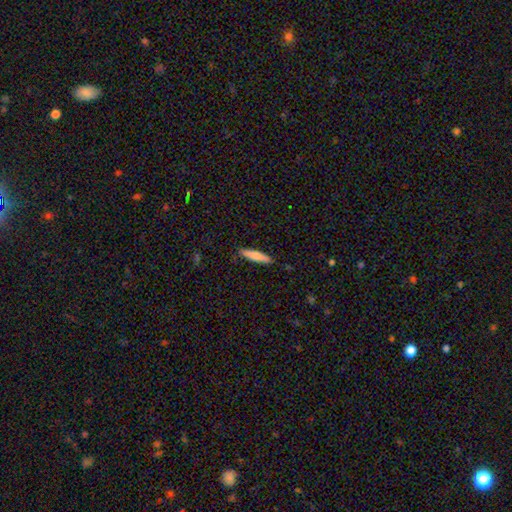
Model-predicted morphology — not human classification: Smooth or featured? Predicted: smooth (p=0.75). How rounded? Predicted: cigar-shaped (p=0.83). Merging? Predicted: none (p=0.88).